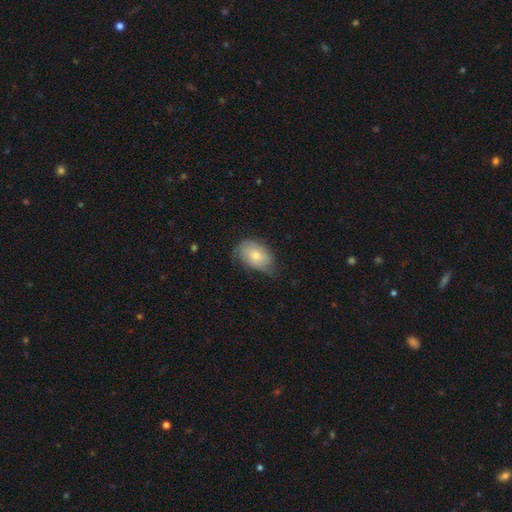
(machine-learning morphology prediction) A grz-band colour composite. It shows a smooth galaxy with no disk features (67%) that is in between round and cigar-shaped (85%). Merging: none (52%).